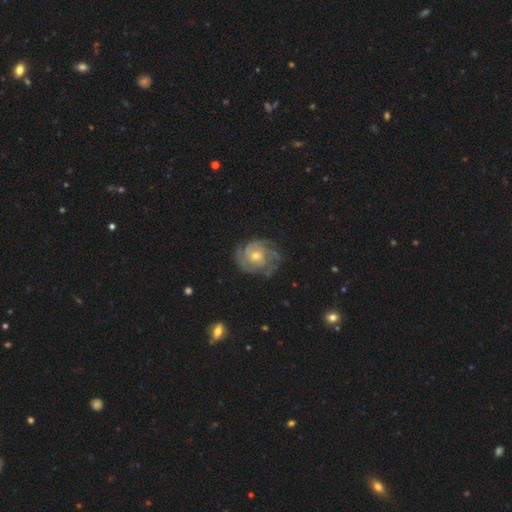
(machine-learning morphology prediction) A featured or disk galaxy (87%) with no bar (74%), 3 (33%) tight (67%) spiral arms (97%) and a moderate central bulge (55%).

Vote fractions:
- Smooth or featured? featured or disk: 87% / smooth: 7% / star or artifact: 5%
- Edge-on disk? no: 98% / yes: 2%
- Bar? no: 74% / weak: 22% / strong: 4%
- Spiral arms? yes: 97% / no: 3%
- Spiral winding? tight: 67% / medium: 28% / loose: 5%
- Spiral arm count? 3: 33% / can't tell: 21% / 4: 19% / 2: 14% / more than 4: 7% / 1: 6%
- Bulge size? moderate: 55% / small: 41% / large: 2% / none: 1% / dominant: 1%
- Merging? none: 73% / minor disturbance: 18% / major disturbance: 8% / merger: 1%